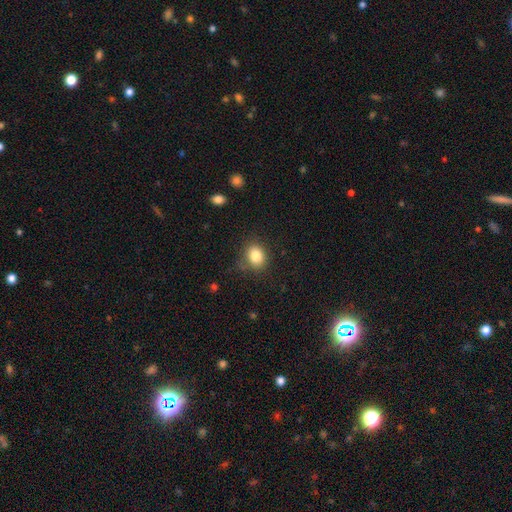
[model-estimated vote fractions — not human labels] The model was most divided on "how rounded": round: 55%, in between: 44%, cigar-shaped: 1%. More confident: smooth or featured — smooth (84%); merging — none (78%).